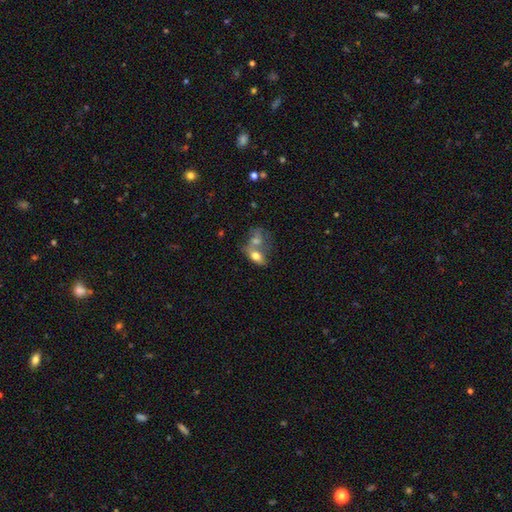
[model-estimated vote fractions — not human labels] smooth 69%, featured or disk 22%, star or artifact 9%. Down the decision tree: how rounded — in between (83%); merging — merger (53%).